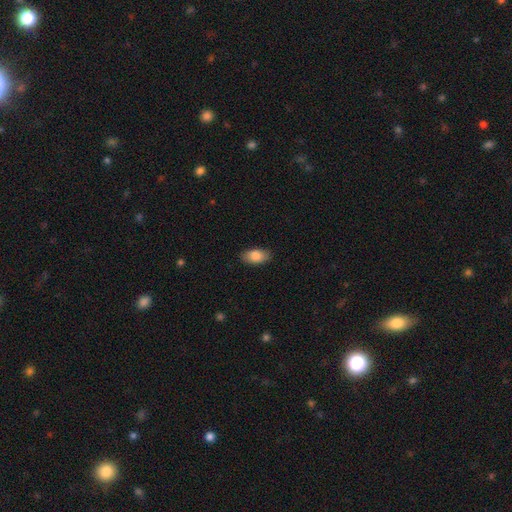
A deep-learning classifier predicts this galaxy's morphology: A smooth galaxy with no disk features (86%) that is in between round and cigar-shaped (93%).

Vote fractions:
- Smooth or featured? smooth: 86% / featured or disk: 8% / star or artifact: 7%
- How rounded? in between: 93% / round: 5% / cigar-shaped: 3%
- Merging? none: 87% / minor disturbance: 10% / major disturbance: 2% / merger: 1%